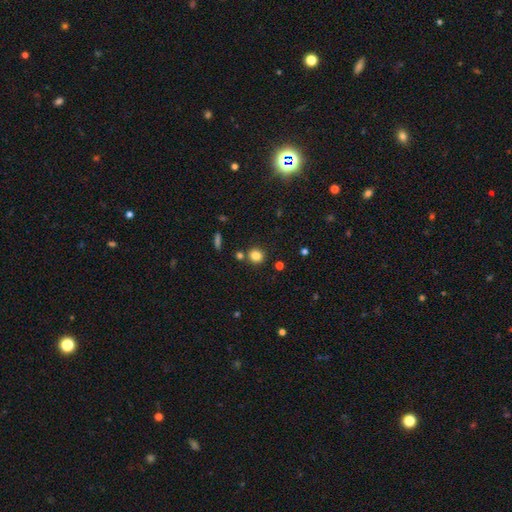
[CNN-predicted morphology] A smooth galaxy with no disk features (82%) that is round (88%).

Vote fractions:
- Smooth or featured? smooth: 82% / star or artifact: 12% / featured or disk: 6%
- How rounded? round: 88% / in between: 11% / cigar-shaped: 1%
- Merging? none: 81% / merger: 9% / minor disturbance: 8% / major disturbance: 3%